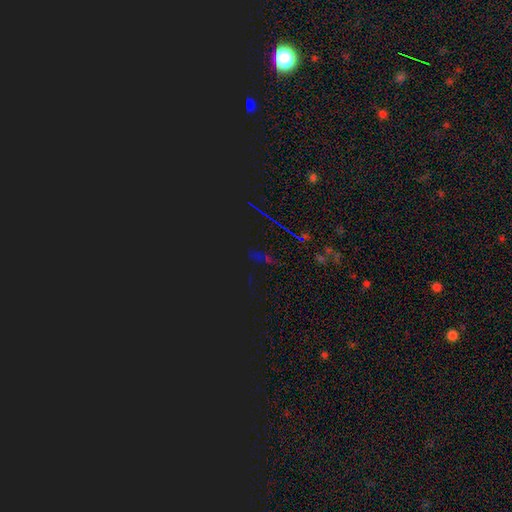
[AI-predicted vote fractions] Morphology: type=star or artifact (80%).